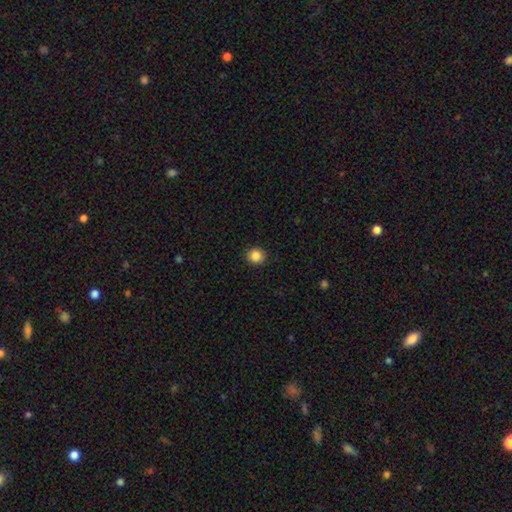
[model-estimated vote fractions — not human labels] Smooth or featured? Predicted: smooth (p=0.86). How rounded? Predicted: round (p=0.88). Merging? Predicted: none (p=0.91).